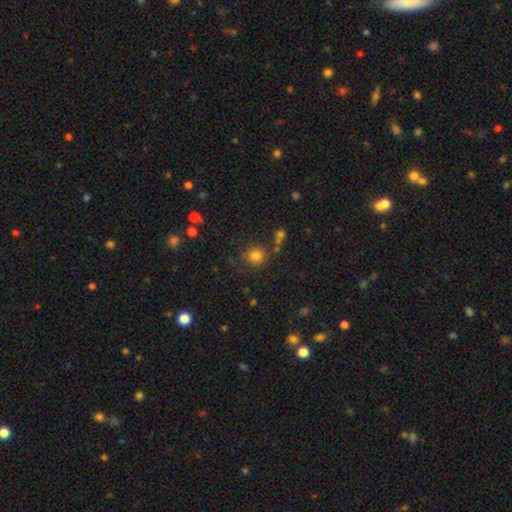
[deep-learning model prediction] Smooth or featured? smooth (79%)
How rounded? round (88%)
Merging? none (75%)